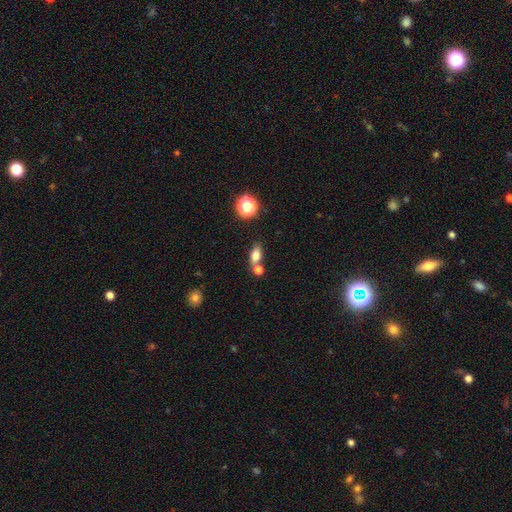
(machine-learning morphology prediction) A smooth galaxy with no disk features (76%) that is in between round and cigar-shaped (77%). Merging: none (52%).